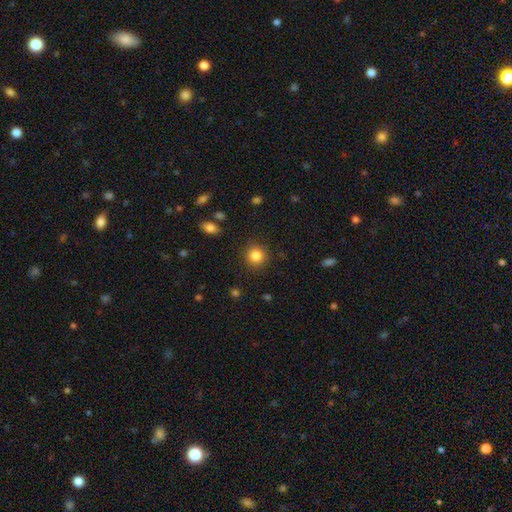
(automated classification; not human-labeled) smooth-or-featured: smooth: 85% | star or artifact: 11% | featured or disk: 5%
  how-rounded: round: 91% | in between: 8% | cigar-shaped: 1%
  merging: none: 89% | minor disturbance: 7% | major disturbance: 3% | merger: 1%